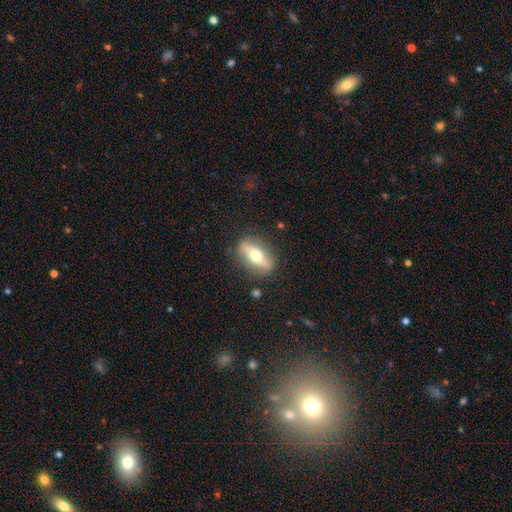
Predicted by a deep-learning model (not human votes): Overall: featured or disk (50%; smooth 44%). Merging: none (83%).